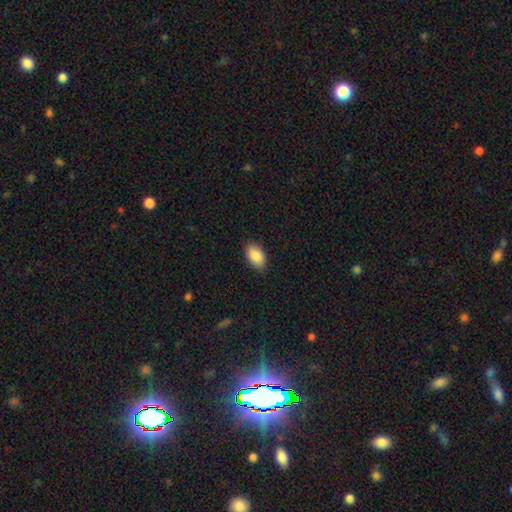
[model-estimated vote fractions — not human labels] This is clearly a smooth galaxy (88%). How rounded: clearly in between (93%). Merging: clearly none (85%).